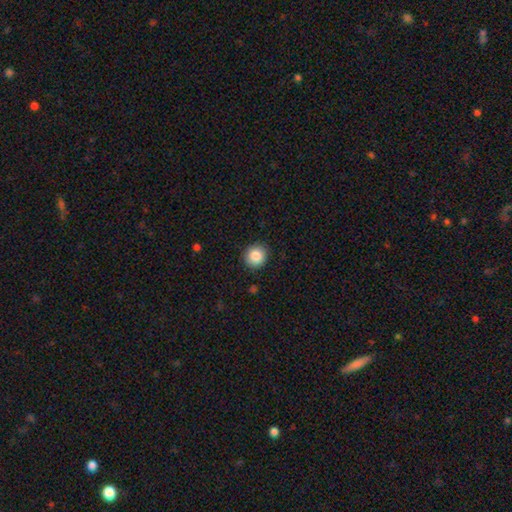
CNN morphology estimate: smooth-or-featured: smooth: 85% | star or artifact: 9% | featured or disk: 6%
  how-rounded: round: 87% | in between: 12% | cigar-shaped: 1%
  merging: none: 90% | minor disturbance: 7% | major disturbance: 2% | merger: 1%